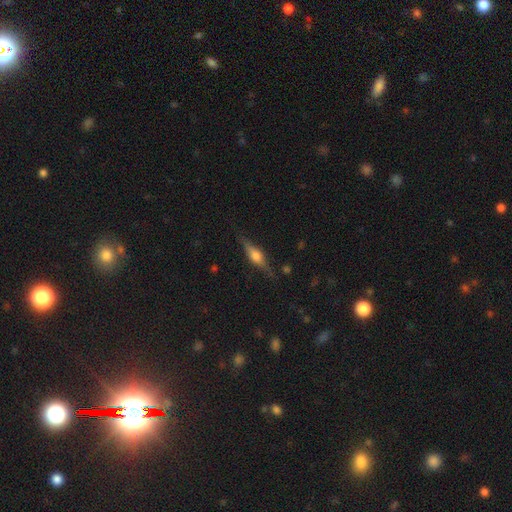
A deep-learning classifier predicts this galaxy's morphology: The model was most divided on "smooth or featured": featured or disk: 63%, smooth: 29%, star or artifact: 8%. More confident: edge-on disk — yes (95%); edge-on bulge — rounded (87%); merging — none (81%).